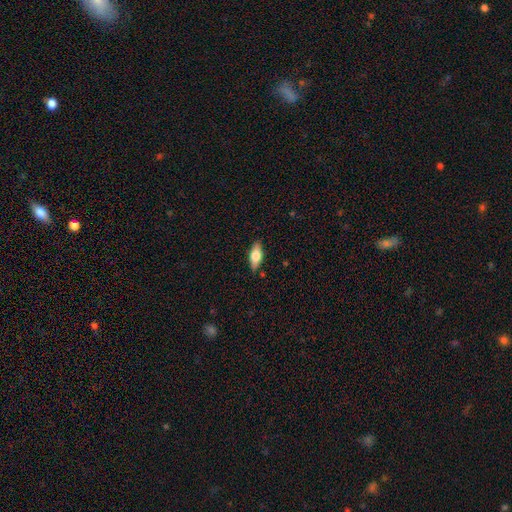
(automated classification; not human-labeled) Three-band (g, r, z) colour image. It shows a smooth galaxy with no disk features (62%) that is in between round and cigar-shaped (77%). Merging: none (86%).